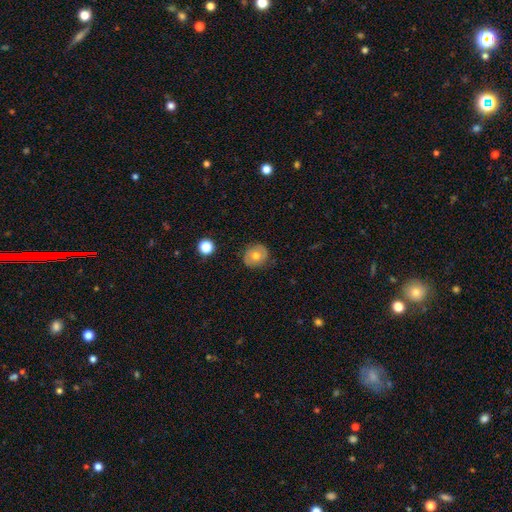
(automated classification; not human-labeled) A smooth galaxy with no disk features (58%) that is round (81%). Merging: none (82%).